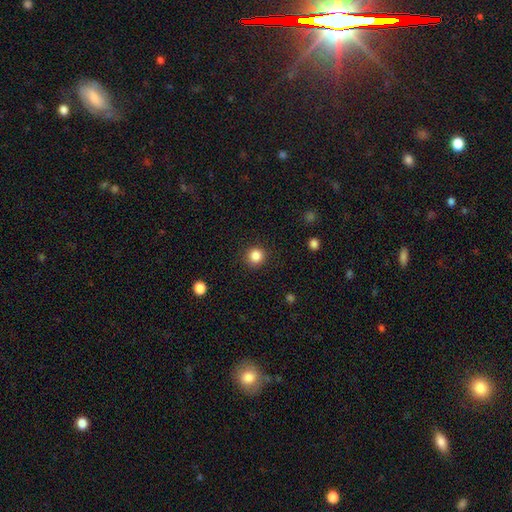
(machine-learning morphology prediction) A smooth galaxy with no disk features (85%) that is round (92%).

Vote fractions:
- Smooth or featured? smooth: 85% / star or artifact: 11% / featured or disk: 4%
- How rounded? round: 92% / in between: 7% / cigar-shaped: 1%
- Merging? none: 90% / minor disturbance: 7% / major disturbance: 2% / merger: 1%